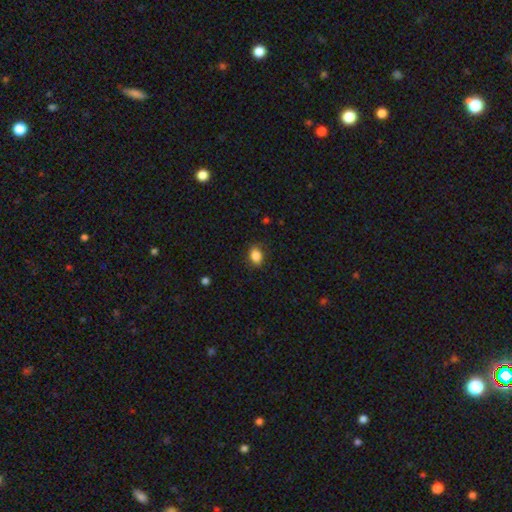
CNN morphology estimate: This appears to be a smooth galaxy with no disk features (86%) that is in between round and cigar-shaped (72%). Merging: none (84%).